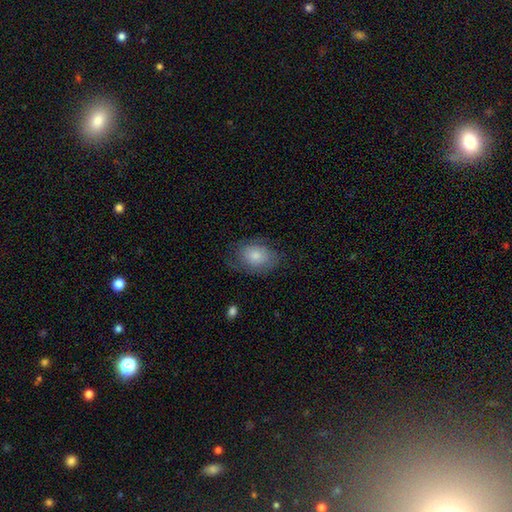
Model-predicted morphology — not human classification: Smooth or featured?
  - smooth: 69% *
  - featured or disk: 24%
  - star or artifact: 7%
How rounded?
  - in between: 73% *
  - round: 25%
  - cigar-shaped: 1%
Merging?
  - none: 64% *
  - minor disturbance: 23%
  - major disturbance: 11%
  - merger: 1%